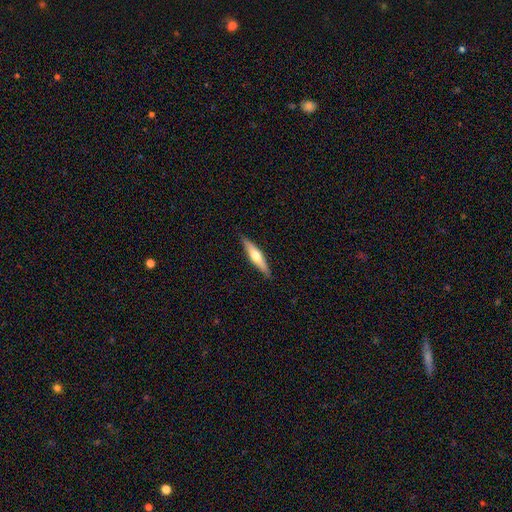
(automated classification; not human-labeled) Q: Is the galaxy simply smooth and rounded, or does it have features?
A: featured or disk — 56%.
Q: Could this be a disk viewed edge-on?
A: yes — 95%.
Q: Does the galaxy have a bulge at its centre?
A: rounded — 92%.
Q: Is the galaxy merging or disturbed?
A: none — 89%.